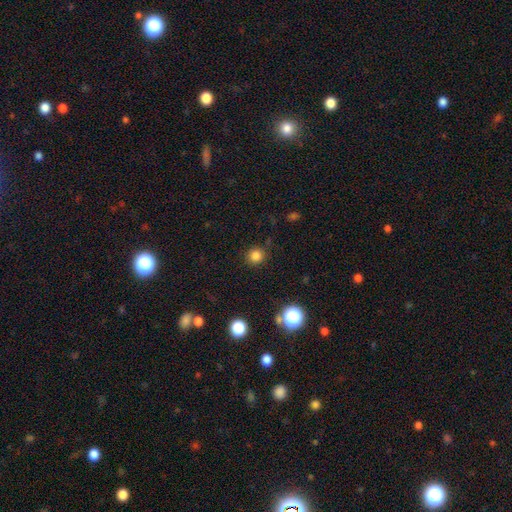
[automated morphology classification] Smooth or featured? Predicted: smooth (p=0.81). How rounded? Predicted: round (p=0.92). Merging? Predicted: none (p=0.87).